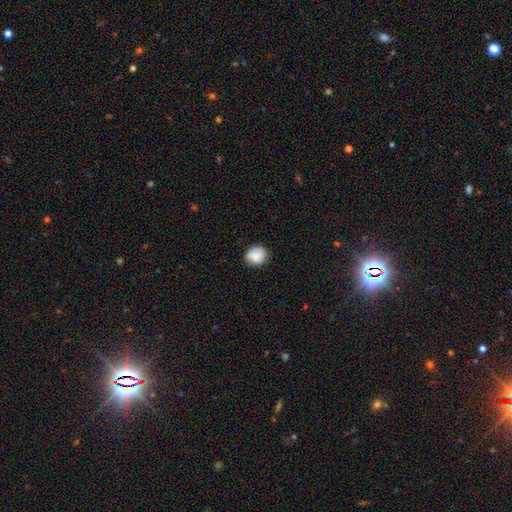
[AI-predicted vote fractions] smooth 83%, featured or disk 9%, star or artifact 8%. Down the decision tree: how rounded — round (77%); merging — none (85%).